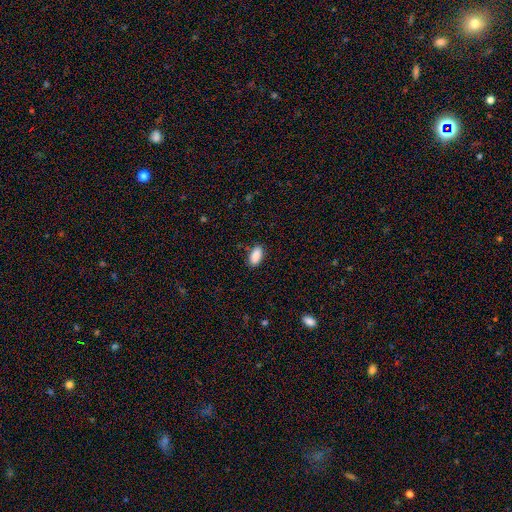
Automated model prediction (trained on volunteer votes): smooth-or-featured: smooth: 89% | star or artifact: 7% | featured or disk: 4%
  how-rounded: in between: 92% | cigar-shaped: 5% | round: 3%
  merging: none: 85% | minor disturbance: 11% | major disturbance: 2% | merger: 1%